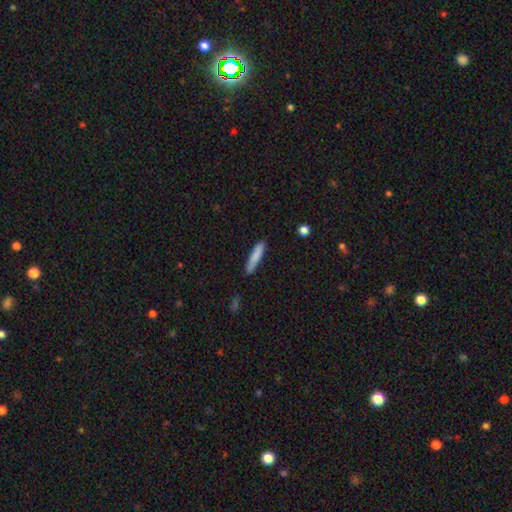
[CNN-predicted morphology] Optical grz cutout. It shows a smooth galaxy with no disk features (81%) that is cigar-shaped (90%). Merging: none (85%).